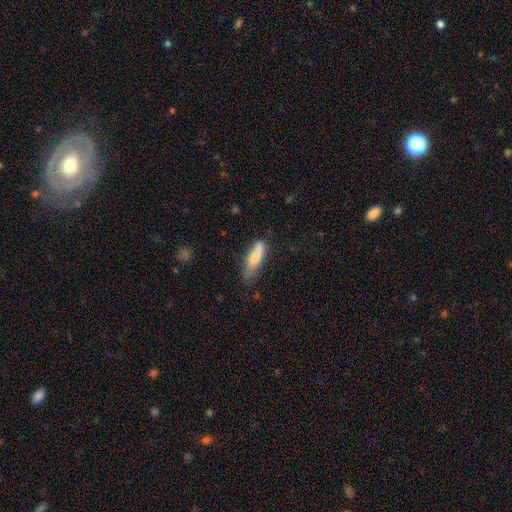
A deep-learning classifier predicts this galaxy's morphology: type=smooth (80%); roundness=in between (56%); merging=none (44%).